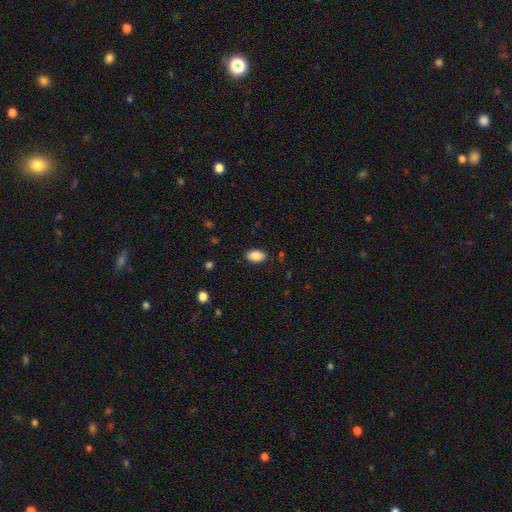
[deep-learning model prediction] Overall: smooth (88%). How rounded: in between (92%). Merging: none (86%).